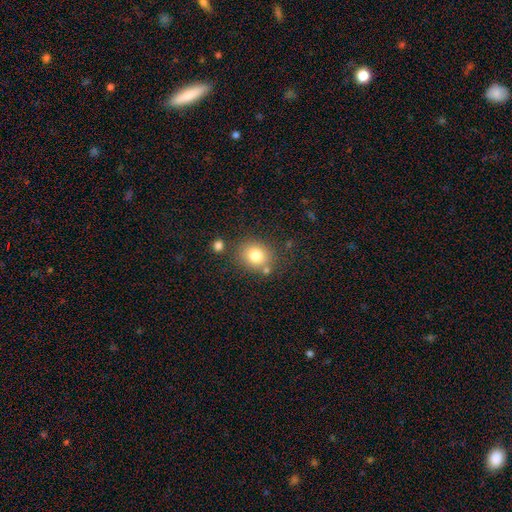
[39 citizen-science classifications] Smooth or featured?
  - smooth: 87% *
  - featured or disk: 8%
  - star or artifact: 5%
How rounded?
  - round: 85% *
  - in between: 15%
  - cigar-shaped: 0%
Merging?
  - none: 73% *
  - minor disturbance: 11%
  - merger: 11%
  - major disturbance: 5%